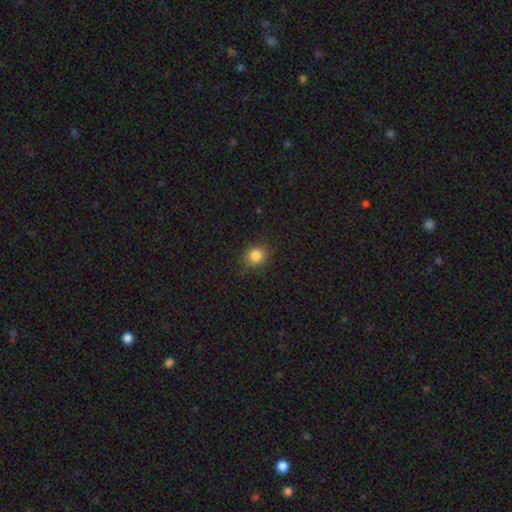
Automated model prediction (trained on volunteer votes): Morphology: type=smooth (84%); roundness=round (77%); merging=none (86%).